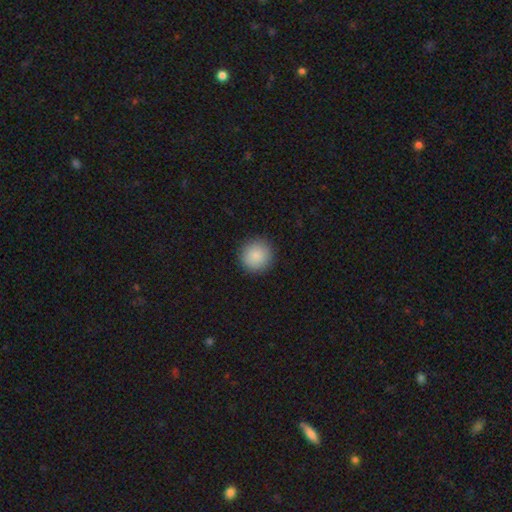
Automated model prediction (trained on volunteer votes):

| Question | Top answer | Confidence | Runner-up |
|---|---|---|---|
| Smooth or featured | smooth | 87% | star or artifact (8%) |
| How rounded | round | 95% | in between (4%) |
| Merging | none | 92% | minor disturbance (6%) |